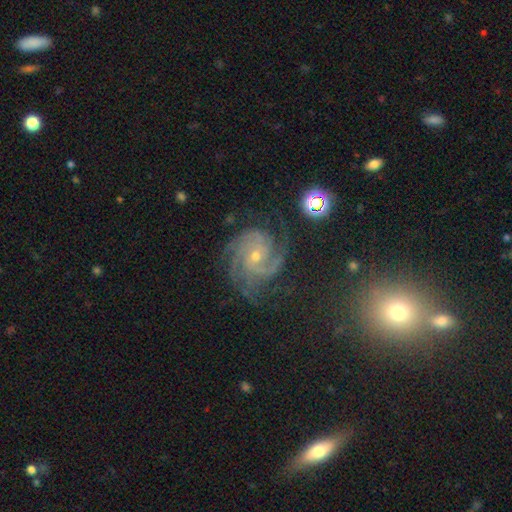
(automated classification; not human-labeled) featured or disk 88%, star or artifact 8%, smooth 4%. Down the decision tree: edge-on disk — no (98%); bar — no (70%); spiral arms — yes (98%); spiral arm count — 3 (31%); spiral winding — tight (59%); bulge size — small (68%); merging — none (72%).